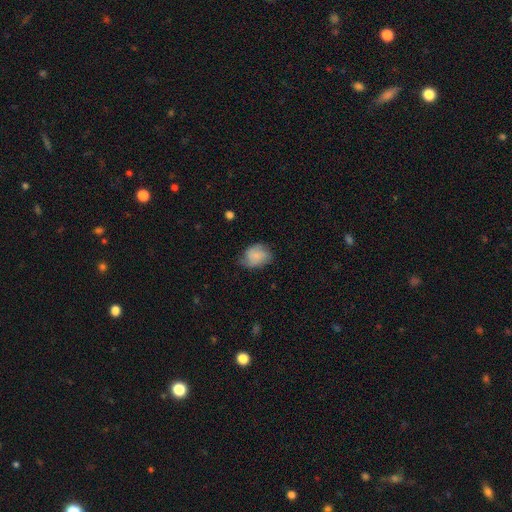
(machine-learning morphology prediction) smooth-or-featured: smooth: 71% | featured or disk: 22% | star or artifact: 8%
  how-rounded: in between: 61% | round: 37% | cigar-shaped: 1%
  merging: none: 55% | minor disturbance: 34% | major disturbance: 10% | merger: 1%